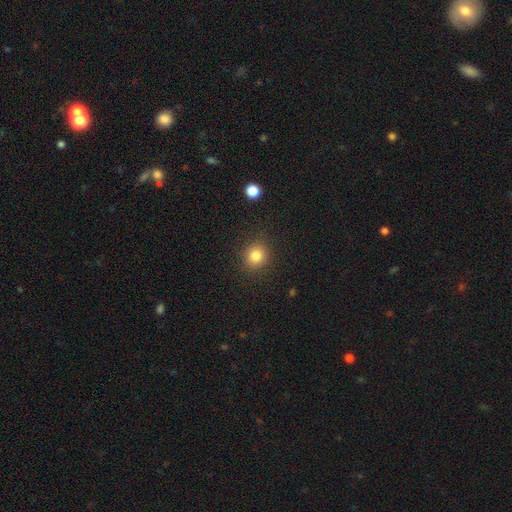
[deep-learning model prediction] smooth-or-featured: smooth: 82% | star or artifact: 12% | featured or disk: 6%
  how-rounded: round: 86% | in between: 13% | cigar-shaped: 1%
  merging: none: 89% | minor disturbance: 7% | major disturbance: 3% | merger: 1%